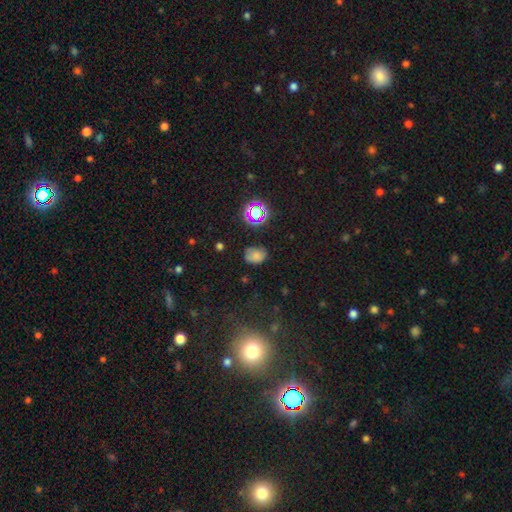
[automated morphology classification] A smooth galaxy with no disk features (68%) that is in between round and cigar-shaped (66%). Merging: none (65%).